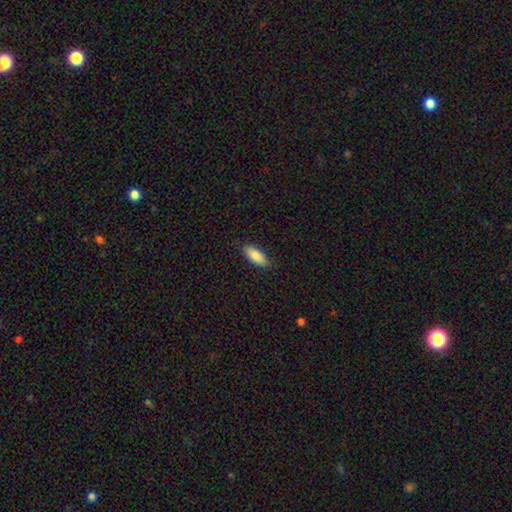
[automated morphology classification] This appears to be a smooth galaxy with no disk features (88%) that is in between round and cigar-shaped (81%). Merging: none (86%).